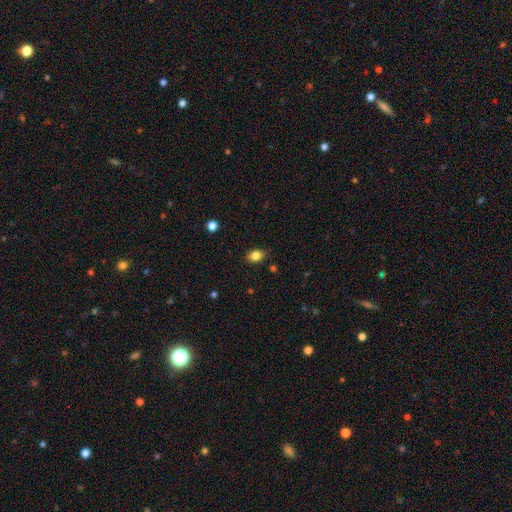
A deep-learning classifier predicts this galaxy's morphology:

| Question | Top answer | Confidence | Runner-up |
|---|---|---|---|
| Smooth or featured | smooth | 84% | star or artifact (10%) |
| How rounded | in between | 65% | round (34%) |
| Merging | none | 85% | minor disturbance (11%) |